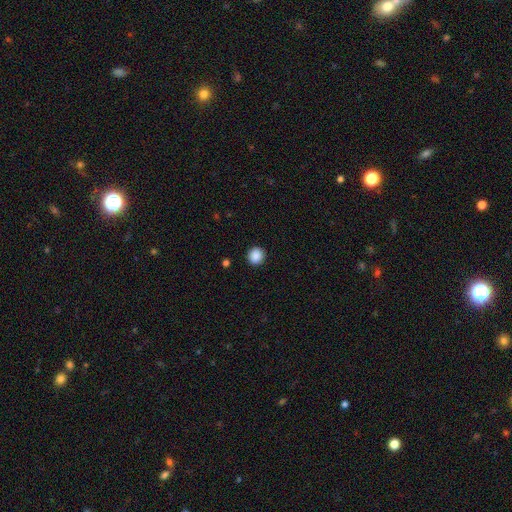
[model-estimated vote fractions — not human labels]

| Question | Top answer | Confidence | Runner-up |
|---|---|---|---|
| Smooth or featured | smooth | 88% | star or artifact (9%) |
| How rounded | round | 92% | in between (7%) |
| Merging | none | 92% | minor disturbance (5%) |